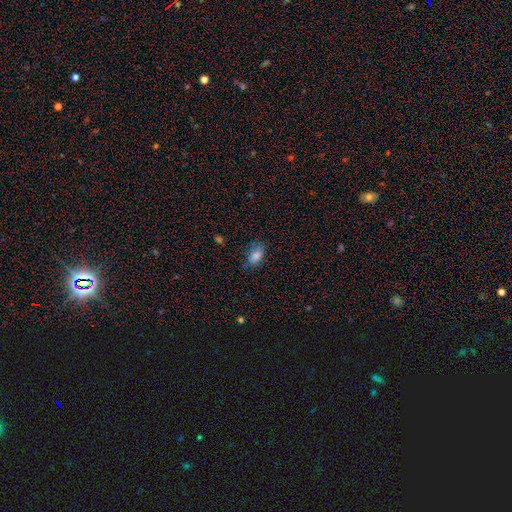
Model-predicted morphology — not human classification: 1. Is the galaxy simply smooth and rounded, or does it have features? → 82% smooth, 9% star or artifact, 9% featured or disk.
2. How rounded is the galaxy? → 90% in between, 8% round, 3% cigar-shaped.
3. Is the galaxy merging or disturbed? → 72% none, 21% minor disturbance, 5% major disturbance, 2% merger.